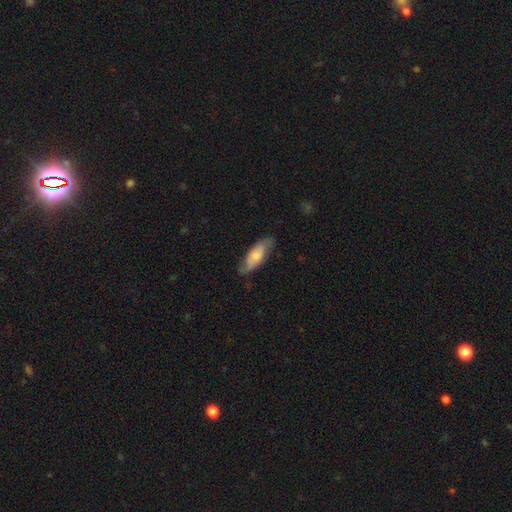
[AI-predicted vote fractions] The model was most divided on "smooth or featured": smooth: 59%, featured or disk: 36%, star or artifact: 6%. More confident: merging — none (73%); how rounded — in between (70%).